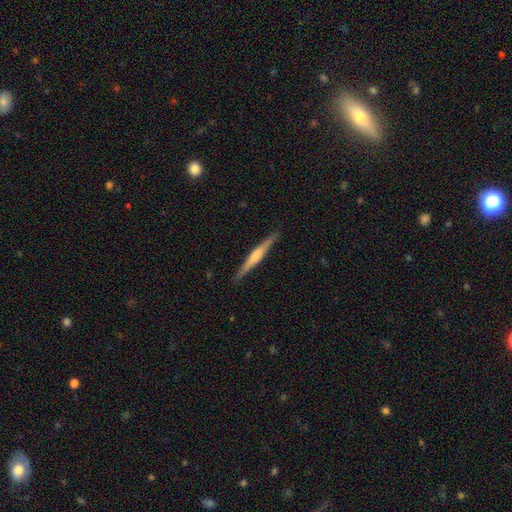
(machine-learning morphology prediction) smooth-or-featured: featured or disk: 59% | smooth: 36% | star or artifact: 5%
  disk-edge-on: yes: 98% | no: 2%
    edge-on-bulge: rounded: 49% | none: 26% | boxy: 25%
  merging: none: 90% | minor disturbance: 7% | major disturbance: 1% | merger: 1%